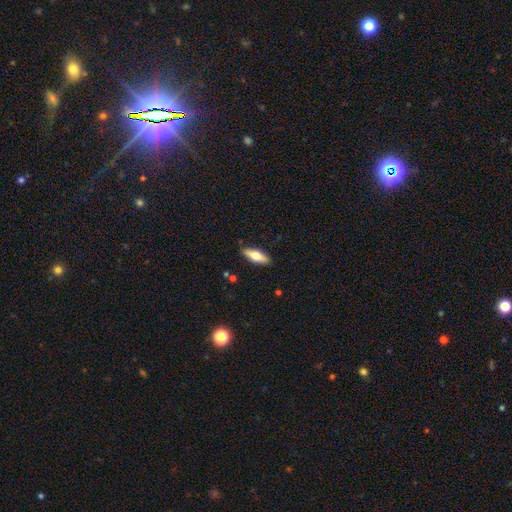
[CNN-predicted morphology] The model was most divided on "how rounded": in between: 57%, cigar-shaped: 40%, round: 2%. More confident: merging — none (88%); smooth or featured — smooth (62%).